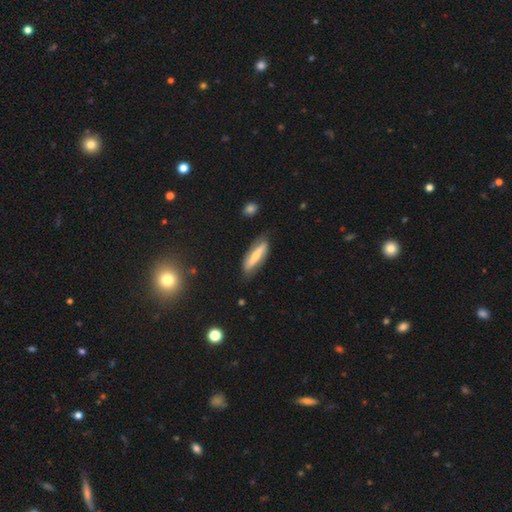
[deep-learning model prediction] Smooth or featured? Predicted: featured or disk (p=0.51). Edge-on disk? Predicted: no (p=0.52). Merging? Predicted: none (p=0.76).